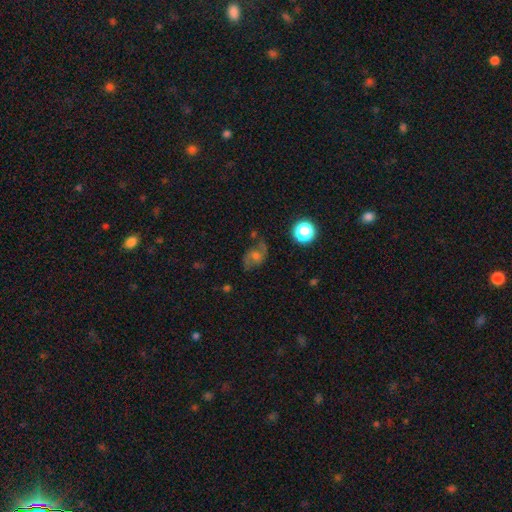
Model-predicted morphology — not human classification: Smooth or featured? featured or disk (59%)
Edge-on disk? no (96%)
Bar? no (59%)
Spiral arms? yes (87%)
Bulge size? moderate (45%)
Merging? none (66%)